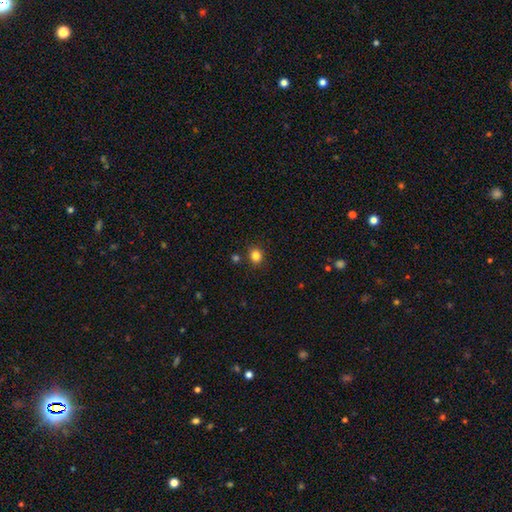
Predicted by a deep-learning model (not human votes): A smooth galaxy with no disk features (83%) that is round (76%). Merging: none (86%).